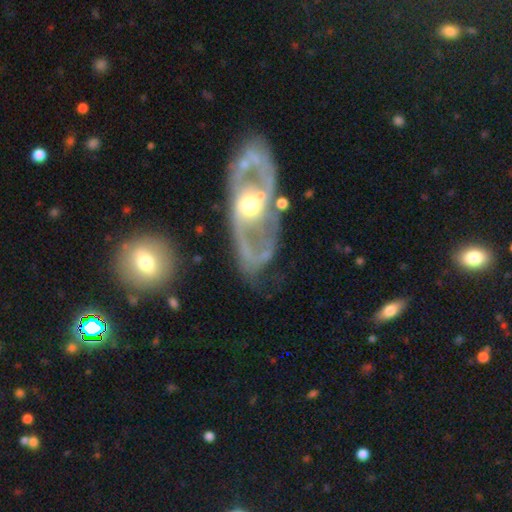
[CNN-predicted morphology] A featured or disk galaxy (84%) with no bar (54%), 2 (82%) medium (45%) spiral arms (80%) and a moderate central bulge (69%). Merging: none (64%).